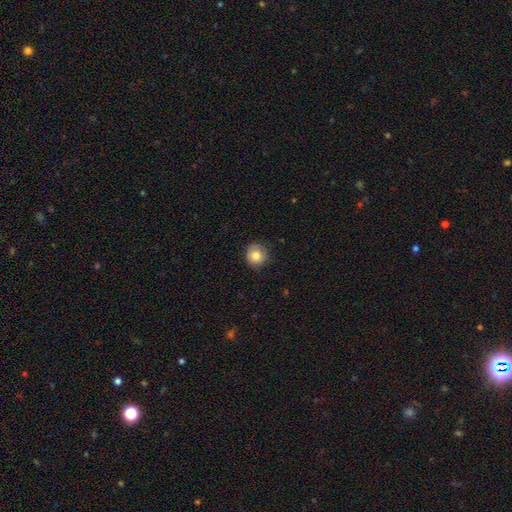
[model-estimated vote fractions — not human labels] Smooth or featured: smooth — 81% (featured or disk — 11%)
How rounded: round — 91% (in between — 8%)
Merging: none — 79% (minor disturbance — 17%)